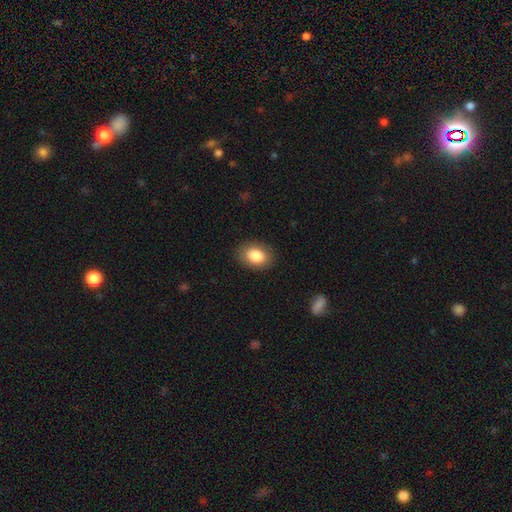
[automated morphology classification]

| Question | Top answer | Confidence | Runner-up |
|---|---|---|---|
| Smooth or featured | smooth | 85% | featured or disk (8%) |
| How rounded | in between | 77% | round (22%) |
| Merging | none | 87% | minor disturbance (9%) |